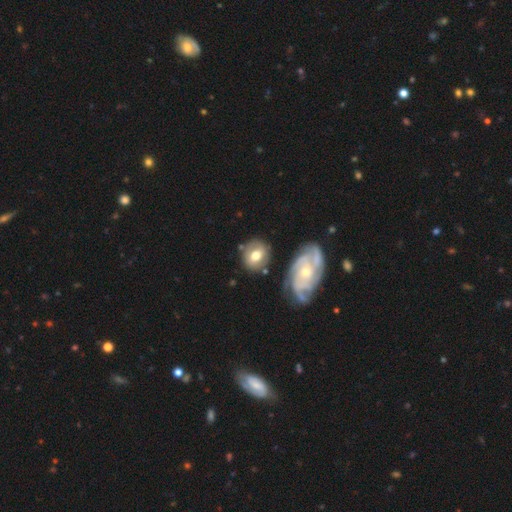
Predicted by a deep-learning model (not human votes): smooth-or-featured: smooth: 55% | featured or disk: 38% | star or artifact: 7%
  how-rounded: round: 70% | in between: 28% | cigar-shaped: 1%
  merging: none: 70% | minor disturbance: 15% | merger: 11% | major disturbance: 5%